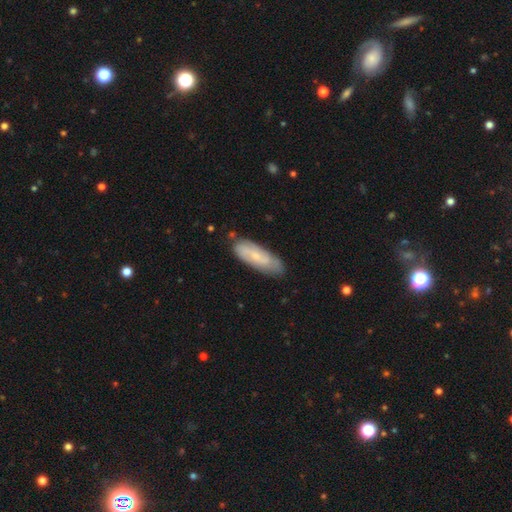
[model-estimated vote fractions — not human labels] This is possibly a featured or disk galaxy (52%). It is clearly not viewed edge-on (84%). Merging: likely none (75%).